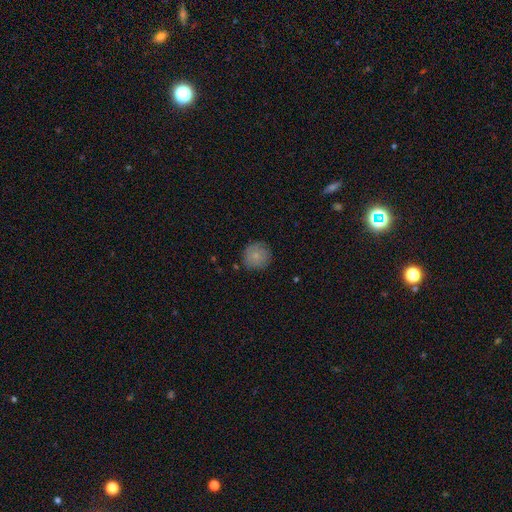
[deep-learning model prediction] Smooth or featured: smooth — 79% (featured or disk — 13%)
How rounded: round — 93% (in between — 6%)
Merging: none — 83% (minor disturbance — 13%)